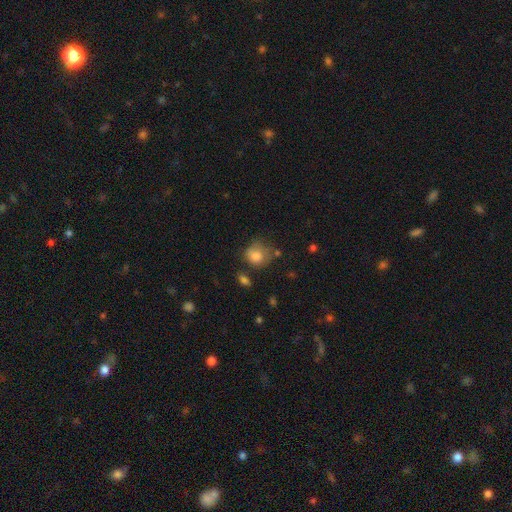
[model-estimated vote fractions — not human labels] Smooth or featured? smooth (79%)
How rounded? round (69%)
Merging? none (47%)